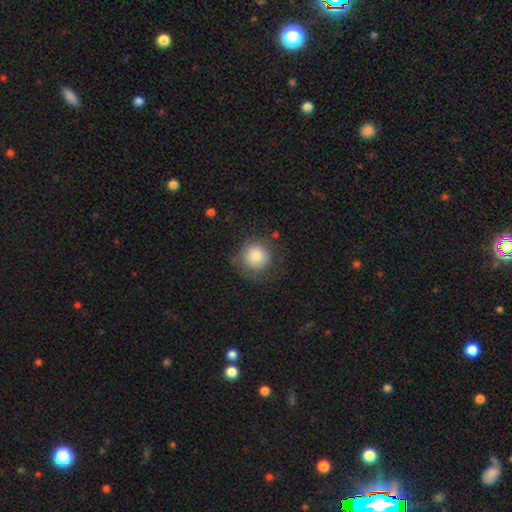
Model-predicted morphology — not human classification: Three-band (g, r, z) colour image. It shows a smooth galaxy with no disk features (82%) that is round (93%). Merging: none (71%).